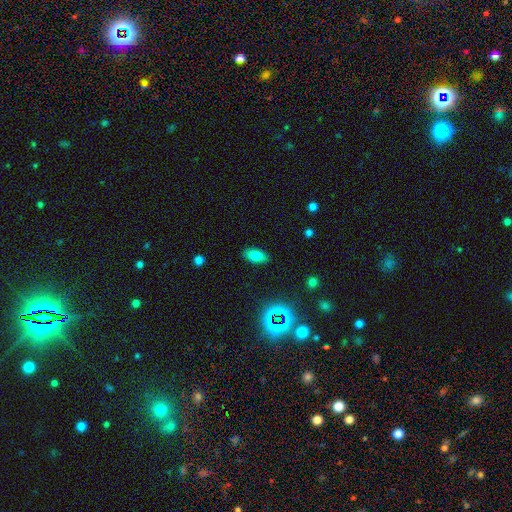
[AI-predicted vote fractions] smooth 77%, star or artifact 14%, featured or disk 9%. Down the decision tree: how rounded — in between (90%); merging — none (87%).